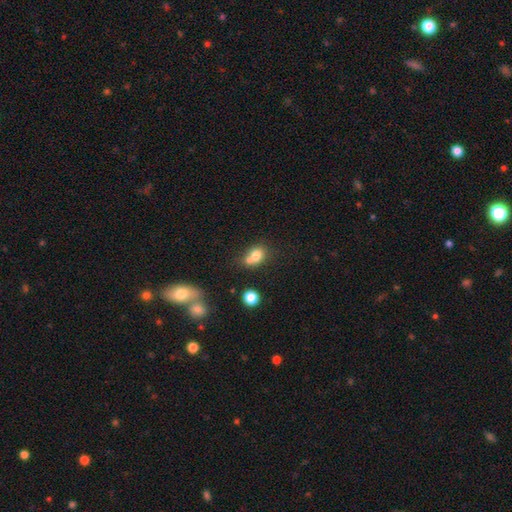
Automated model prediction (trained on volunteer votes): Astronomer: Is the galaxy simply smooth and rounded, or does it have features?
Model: smooth — 76%.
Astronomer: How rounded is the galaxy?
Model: round — 56% (runner-up: in between, 43%).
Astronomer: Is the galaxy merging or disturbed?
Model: merger — 46% (runner-up: none, 37%).